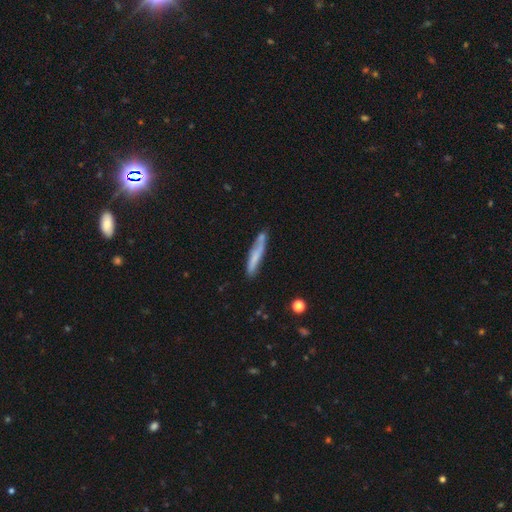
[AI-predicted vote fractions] A smooth galaxy with no disk features (58%) that is cigar-shaped (91%).

Vote fractions:
- Smooth or featured? smooth: 58% / featured or disk: 35% / star or artifact: 7%
- How rounded? cigar-shaped: 91% / in between: 7% / round: 2%
- Merging? none: 66% / minor disturbance: 21% / merger: 8% / major disturbance: 5%